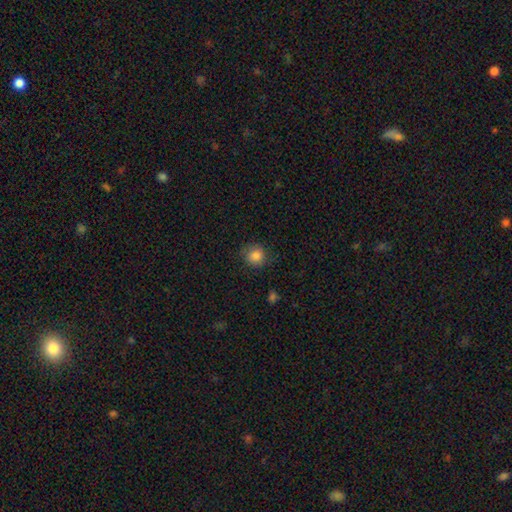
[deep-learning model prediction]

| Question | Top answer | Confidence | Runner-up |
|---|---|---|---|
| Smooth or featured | smooth | 85% | star or artifact (10%) |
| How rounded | round | 89% | in between (10%) |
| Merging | none | 80% | minor disturbance (15%) |